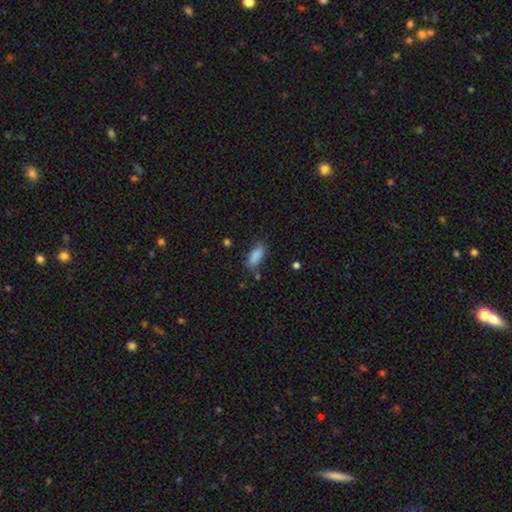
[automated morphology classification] smooth-or-featured: smooth: 88% | star or artifact: 8% | featured or disk: 5%
  how-rounded: in between: 80% | cigar-shaped: 18% | round: 2%
  merging: none: 79% | minor disturbance: 15% | major disturbance: 4% | merger: 3%